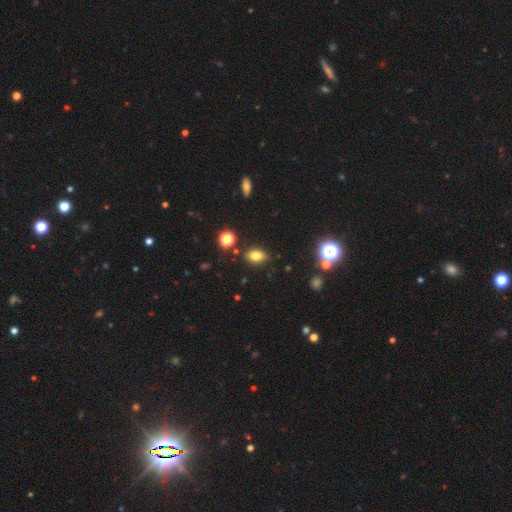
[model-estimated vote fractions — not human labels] Smooth or featured: smooth — 78% (star or artifact — 14%)
How rounded: in between — 79% (round — 19%)
Merging: none — 84% (minor disturbance — 10%)